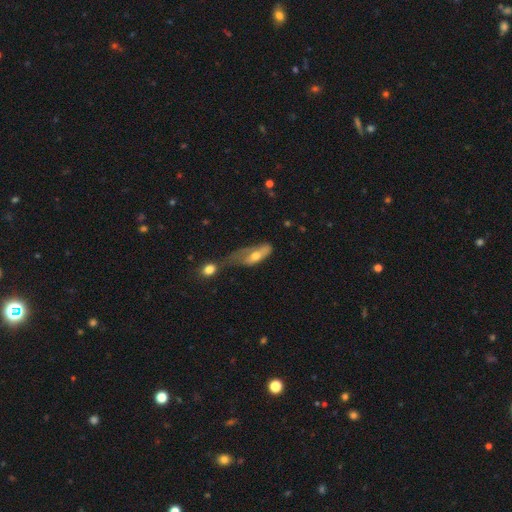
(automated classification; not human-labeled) The model was most divided on "merging": major disturbance: 36%, merger: 32%, minor disturbance: 18%, none: 14%. More confident: how rounded — in between (67%); smooth or featured — smooth (57%).